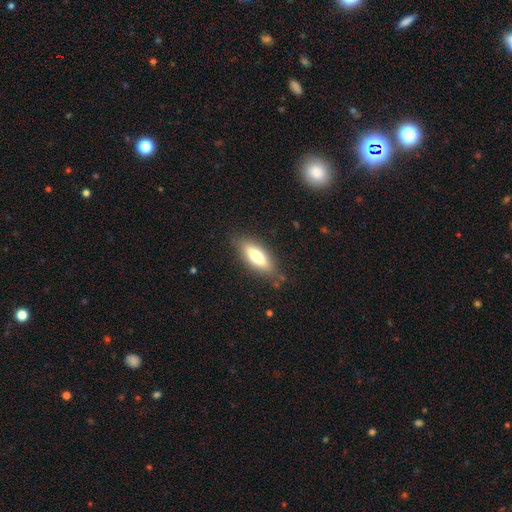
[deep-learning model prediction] A smooth galaxy with no disk features (72%) that is in between round and cigar-shaped (63%). Merging: none (81%).